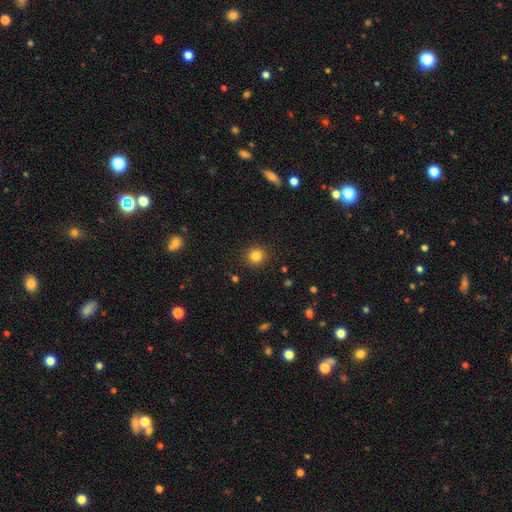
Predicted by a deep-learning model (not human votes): smooth 83%, star or artifact 12%, featured or disk 5%. Down the decision tree: how rounded — round (90%); merging — none (90%).